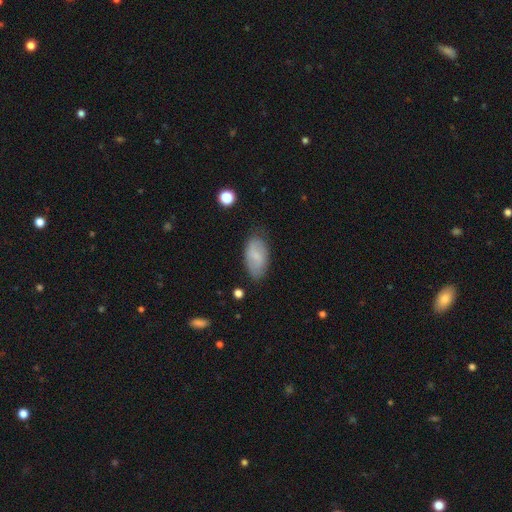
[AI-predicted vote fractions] Q: Smooth or featured?
A: smooth (69%); runner-up: featured or disk (24%)
Q: How rounded?
A: in between (94%); runner-up: round (3%)
Q: Merging?
A: none (76%); runner-up: minor disturbance (18%)